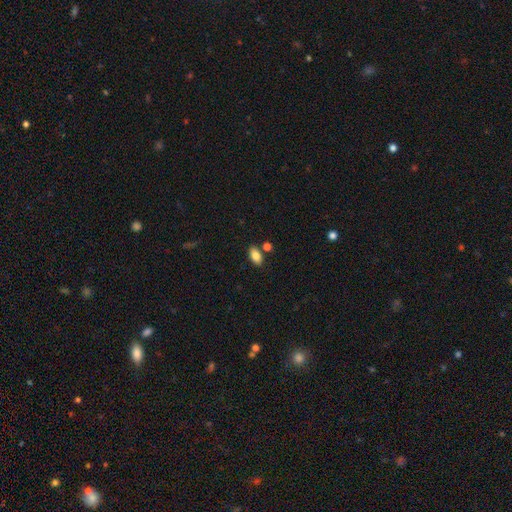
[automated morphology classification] The model was most divided on "merging": none: 77%, minor disturbance: 10%, merger: 10%, major disturbance: 3%. More confident: how rounded — in between (92%); smooth or featured — smooth (84%).